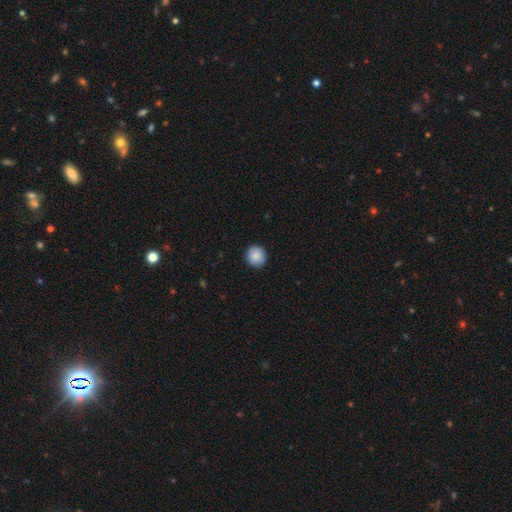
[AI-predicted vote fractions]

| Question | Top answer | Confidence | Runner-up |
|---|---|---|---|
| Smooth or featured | smooth | 88% | star or artifact (8%) |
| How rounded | round | 93% | in between (6%) |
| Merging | none | 91% | minor disturbance (7%) |